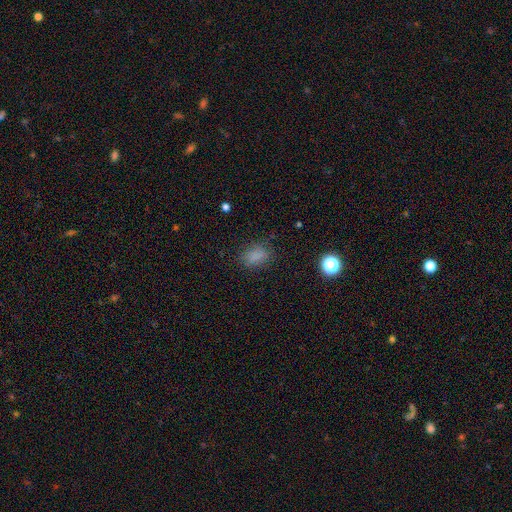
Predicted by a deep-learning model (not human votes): Q: Smooth or featured?
A: smooth (80%); runner-up: star or artifact (14%)
Q: How rounded?
A: in between (76%); runner-up: round (22%)
Q: Merging?
A: none (78%); runner-up: minor disturbance (15%)